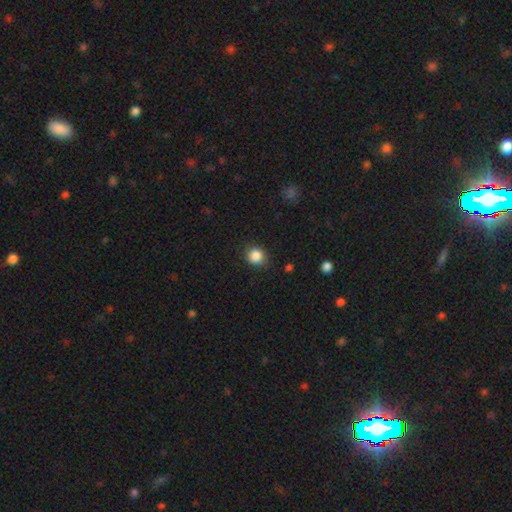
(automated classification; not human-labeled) A smooth galaxy with no disk features (86%) that is round (84%).

Vote fractions:
- Smooth or featured? smooth: 86% / star or artifact: 10% / featured or disk: 4%
- How rounded? round: 84% / in between: 15% / cigar-shaped: 1%
- Merging? none: 85% / minor disturbance: 11% / major disturbance: 3% / merger: 1%